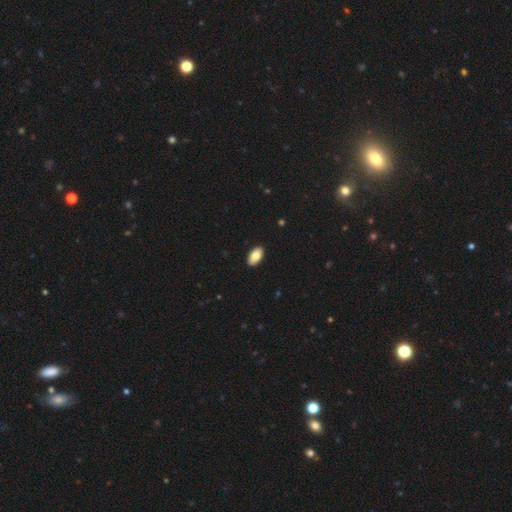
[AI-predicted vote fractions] Smooth or featured: smooth — 82% (featured or disk — 12%)
How rounded: in between — 94% (round — 4%)
Merging: none — 91% (minor disturbance — 7%)